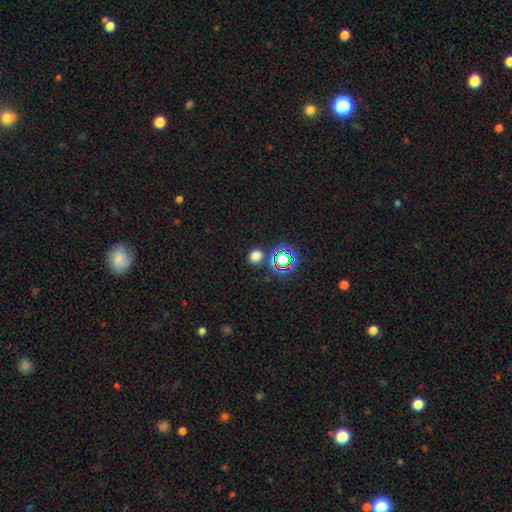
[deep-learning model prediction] Smooth or featured?
  - smooth: 70% *
  - star or artifact: 24%
  - featured or disk: 5%
How rounded?
  - round: 79% *
  - in between: 19%
  - cigar-shaped: 1%
Merging?
  - none: 83% *
  - minor disturbance: 8%
  - merger: 6%
  - major disturbance: 3%